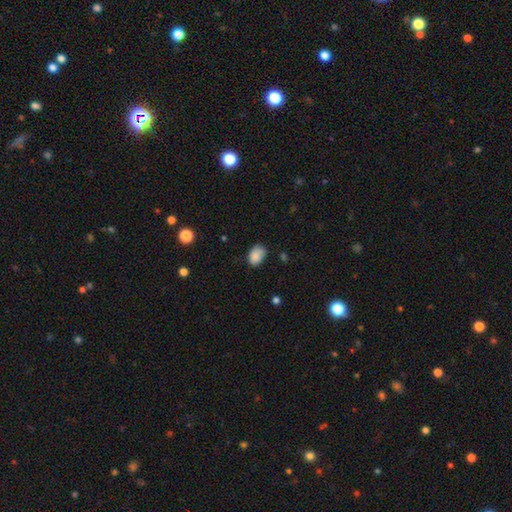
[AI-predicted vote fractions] Smooth or featured? smooth (84%)
How rounded? in between (82%)
Merging? none (65%)